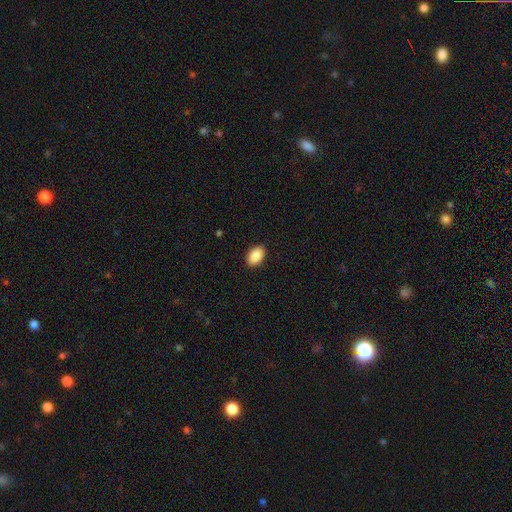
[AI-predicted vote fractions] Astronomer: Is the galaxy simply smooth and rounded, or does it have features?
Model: smooth — 90%.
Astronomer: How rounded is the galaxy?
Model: in between — 92%.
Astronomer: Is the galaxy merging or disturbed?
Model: none — 90%.